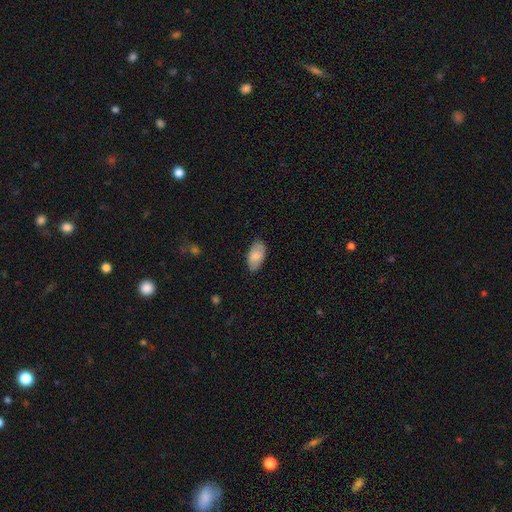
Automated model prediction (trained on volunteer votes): The model was most divided on "merging": none: 83%, minor disturbance: 14%, major disturbance: 3%, merger: 1%. More confident: how rounded — in between (95%); smooth or featured — smooth (82%).